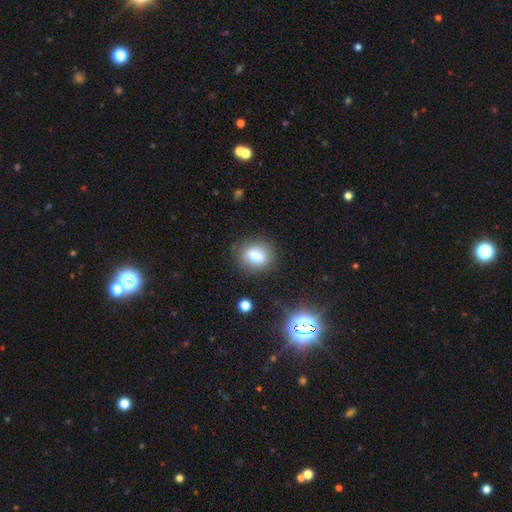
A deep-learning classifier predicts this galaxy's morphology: Smooth or featured? Predicted: smooth (p=0.78). How rounded? Predicted: in between (p=0.53). Merging? Predicted: none (p=0.73).